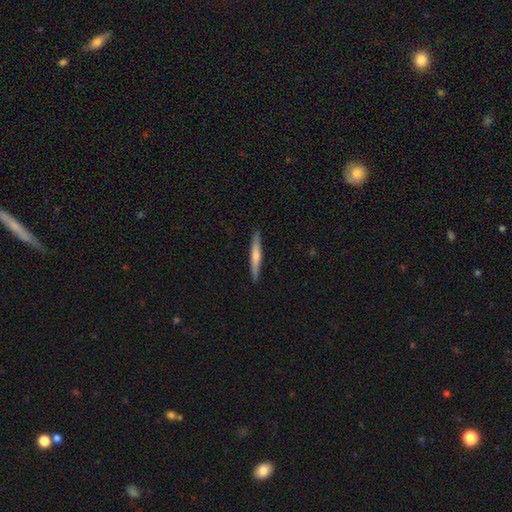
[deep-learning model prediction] A smooth galaxy with no disk features (52%) that is cigar-shaped (94%).

Vote fractions:
- Smooth or featured? smooth: 52% / featured or disk: 43% / star or artifact: 6%
- How rounded? cigar-shaped: 94% / in between: 4% / round: 1%
- Merging? none: 90% / minor disturbance: 8% / major disturbance: 1% / merger: 1%